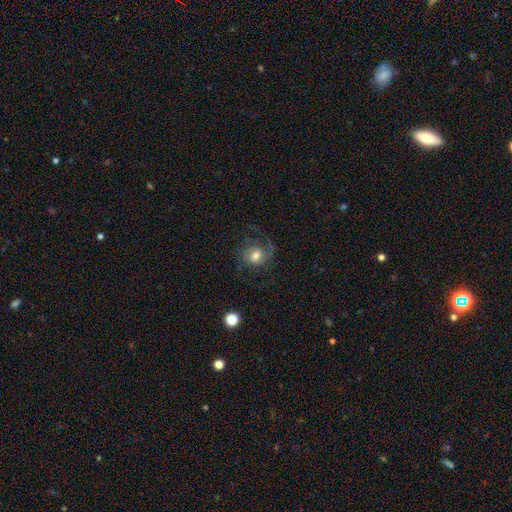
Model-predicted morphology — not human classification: Overall: featured or disk (65%; smooth 27%). Edge-on disk: no (97%). Bar: no (65%; weak 30%). Spiral arms: yes (91%). Spiral arm count: 2 (51%; 1 19%). Spiral winding: medium (45%; tight 28%). Bulge size: moderate (63%). Merging: none (62%).